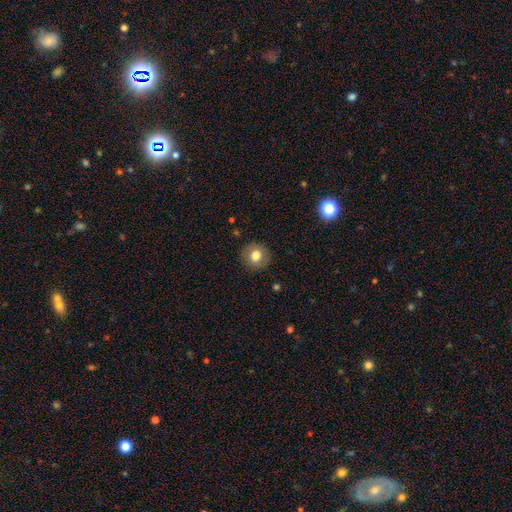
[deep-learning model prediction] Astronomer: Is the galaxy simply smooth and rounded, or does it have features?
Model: smooth — 78%.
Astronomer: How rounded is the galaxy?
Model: round — 88%.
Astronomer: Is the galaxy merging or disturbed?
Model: none — 90%.